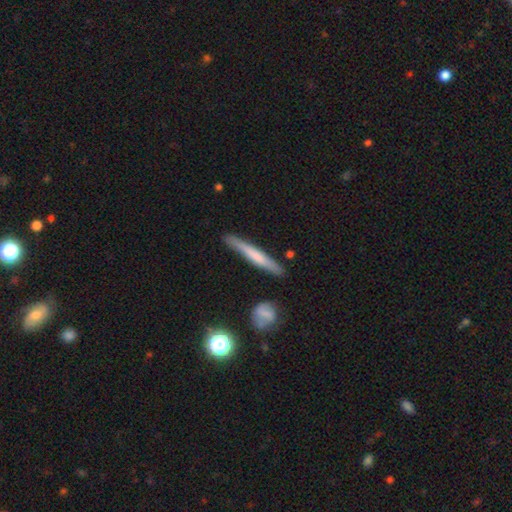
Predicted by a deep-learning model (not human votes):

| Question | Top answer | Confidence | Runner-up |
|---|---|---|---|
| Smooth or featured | smooth | 53% | featured or disk (41%) |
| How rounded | cigar-shaped | 94% | in between (4%) |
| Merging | none | 86% | minor disturbance (10%) |